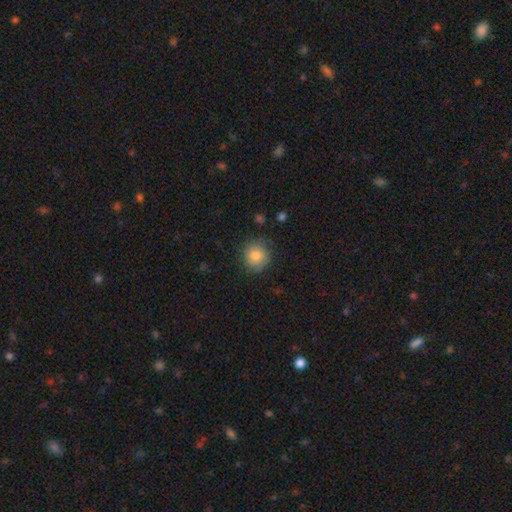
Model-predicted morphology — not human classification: Smooth or featured? smooth (83%)
How rounded? round (89%)
Merging? none (78%)